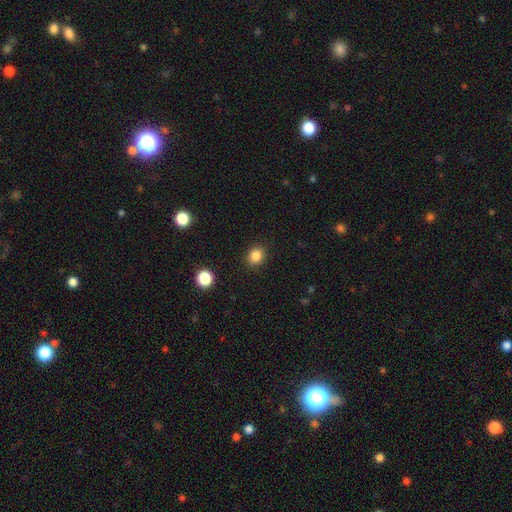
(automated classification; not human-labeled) The model was most divided on "how rounded": round: 66%, in between: 33%, cigar-shaped: 1%. More confident: merging — none (90%); smooth or featured — smooth (85%).